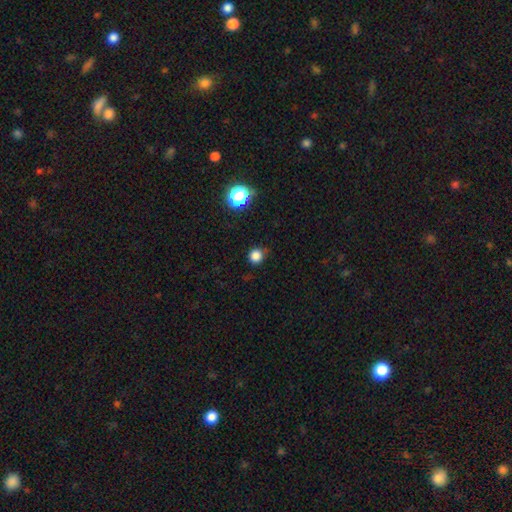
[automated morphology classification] A smooth galaxy with no disk features (82%) that is round (93%). Merging: none (83%).